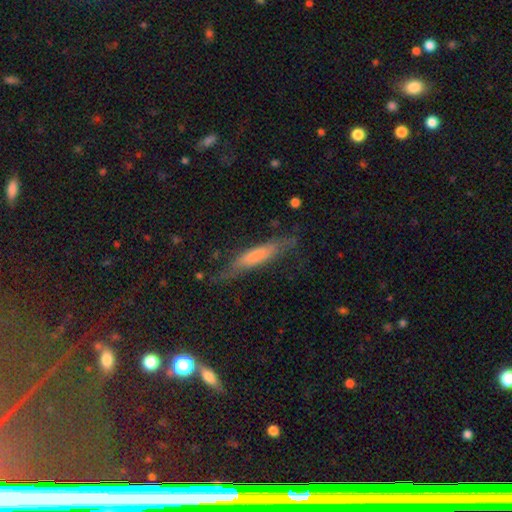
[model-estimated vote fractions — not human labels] A smooth galaxy with no disk features (59%) that is cigar-shaped (84%). Merging: none (64%).